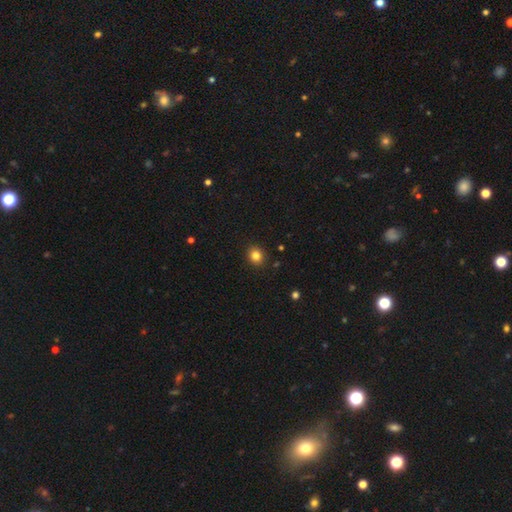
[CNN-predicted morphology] A smooth galaxy with no disk features (83%) that is round (74%). Merging: none (90%).